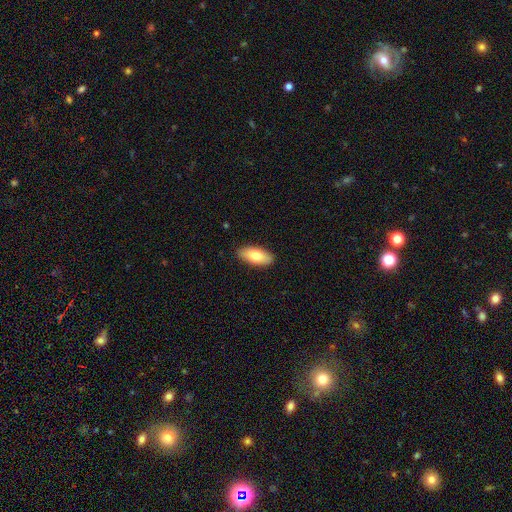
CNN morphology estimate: smooth 78%, featured or disk 17%, star or artifact 6%. Down the decision tree: how rounded — in between (86%); merging — none (89%).